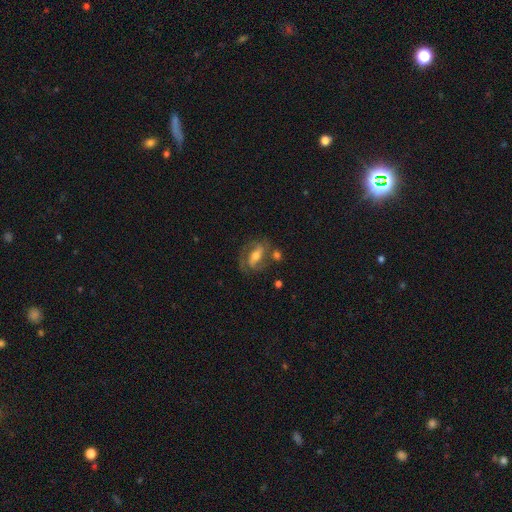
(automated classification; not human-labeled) Smooth or featured? featured or disk (69%)
Edge-on disk? no (91%)
Bar? strong (46%)
Spiral arms? yes (84%)
Spiral winding? medium (46%)
Spiral arm count? 2 (79%)
Bulge size? moderate (63%)
Merging? none (60%)